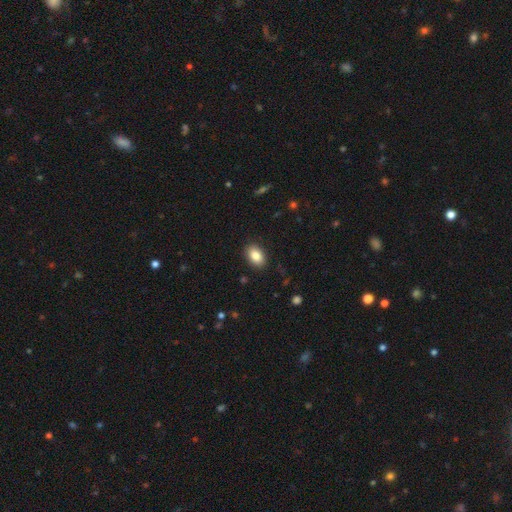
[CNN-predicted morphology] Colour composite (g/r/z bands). It shows a smooth galaxy with no disk features (85%) that is in between round and cigar-shaped (88%). Merging: none (89%).